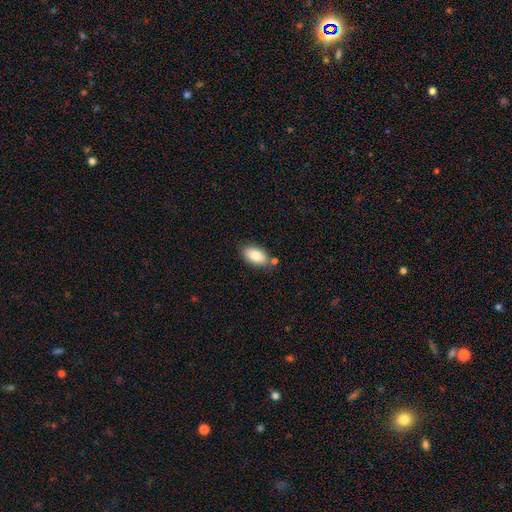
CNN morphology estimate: smooth-or-featured: smooth: 85% | featured or disk: 8% | star or artifact: 7%
  how-rounded: in between: 93% | round: 4% | cigar-shaped: 3%
  merging: none: 72% | minor disturbance: 15% | merger: 9% | major disturbance: 3%